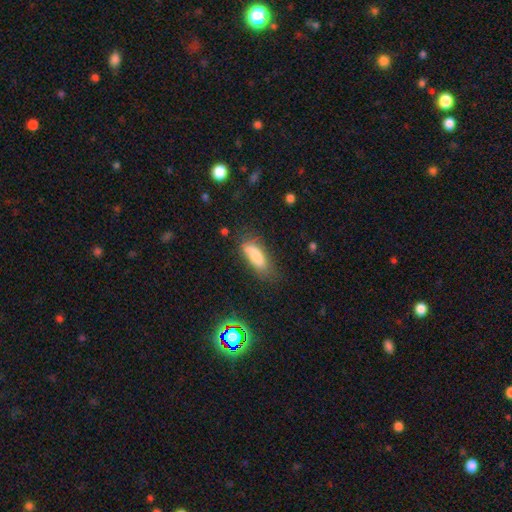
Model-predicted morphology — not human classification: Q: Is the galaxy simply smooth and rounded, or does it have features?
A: smooth — 75%.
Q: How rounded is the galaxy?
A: in between — 62%.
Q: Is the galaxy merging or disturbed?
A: none — 62%.